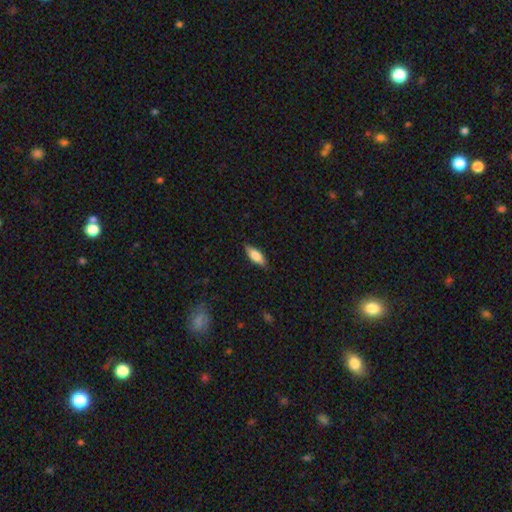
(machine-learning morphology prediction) This appears to be a smooth galaxy with no disk features (78%) that is in between round and cigar-shaped (71%). Merging: none (86%).